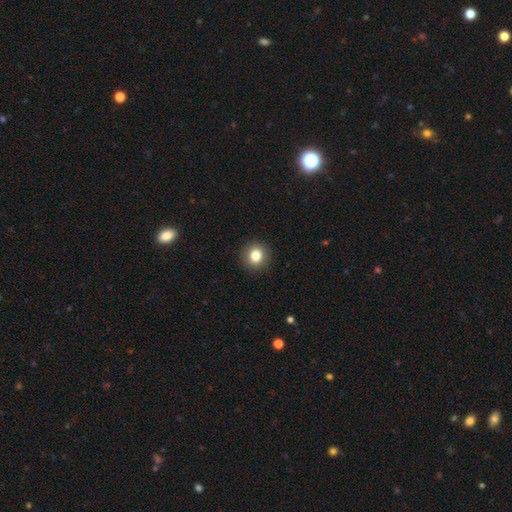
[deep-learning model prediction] A smooth galaxy with no disk features (82%) that is round (88%). Merging: none (92%).